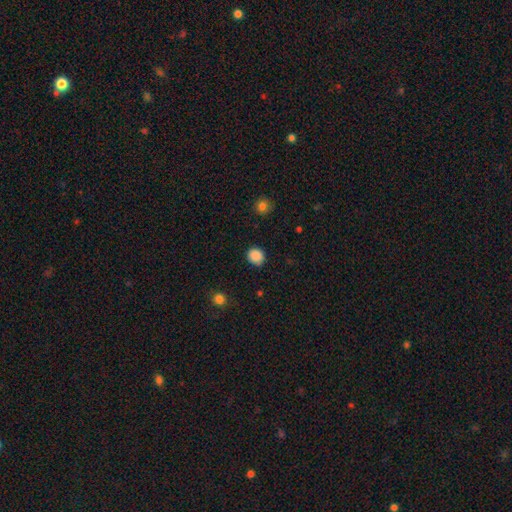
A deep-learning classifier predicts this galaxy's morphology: smooth 88%, star or artifact 9%, featured or disk 3%. Down the decision tree: how rounded — round (81%); merging — none (86%).